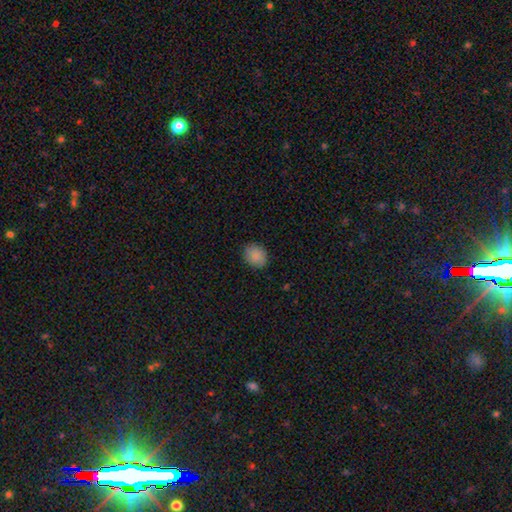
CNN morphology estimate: This is clearly a smooth galaxy (88%). How rounded: possibly round (57%). Merging: clearly none (88%).